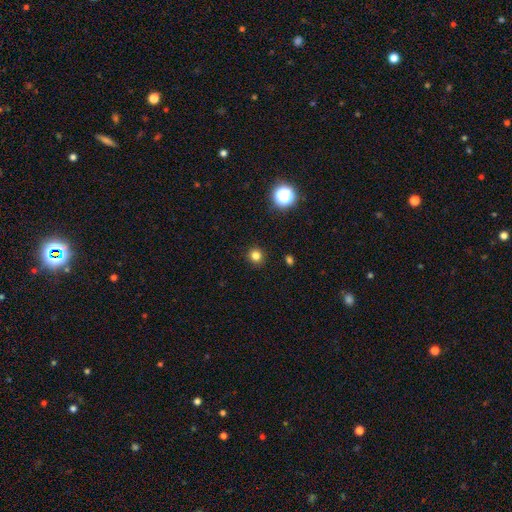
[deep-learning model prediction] Q: Smooth or featured?
A: smooth (80%); runner-up: star or artifact (16%)
Q: How rounded?
A: round (92%); runner-up: in between (7%)
Q: Merging?
A: none (92%); runner-up: minor disturbance (5%)